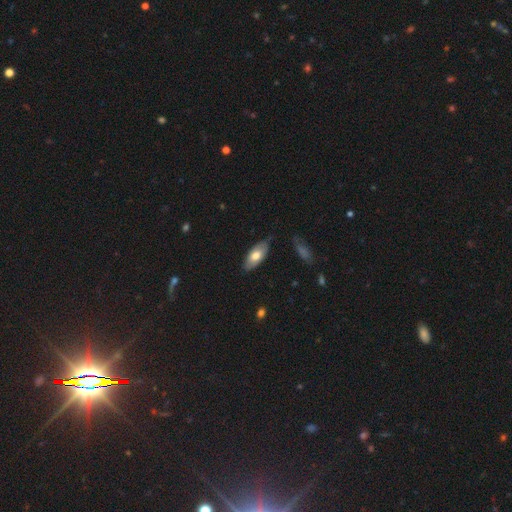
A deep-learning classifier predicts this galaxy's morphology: This is likely a smooth galaxy (64%). How rounded: clearly in between (88%). Merging: likely none (78%).